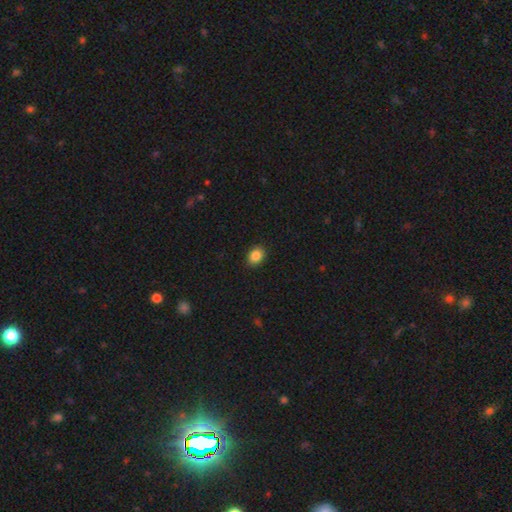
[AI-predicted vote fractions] This is clearly a smooth galaxy (86%). How rounded: likely in between (61%). Merging: clearly none (89%).